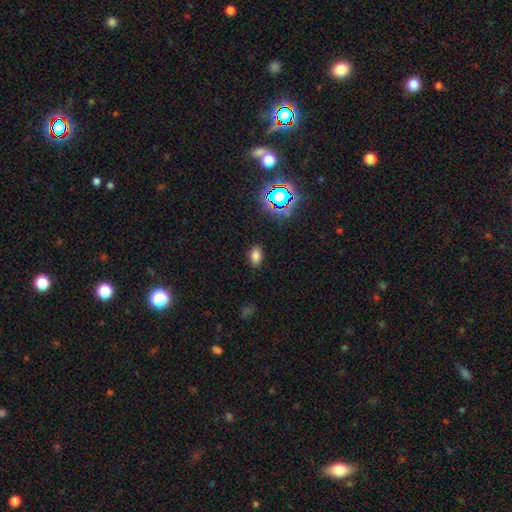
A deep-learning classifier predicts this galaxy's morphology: The model was most divided on "smooth or featured": smooth: 77%, star or artifact: 17%, featured or disk: 6%. More confident: how rounded — in between (89%); merging — none (87%).